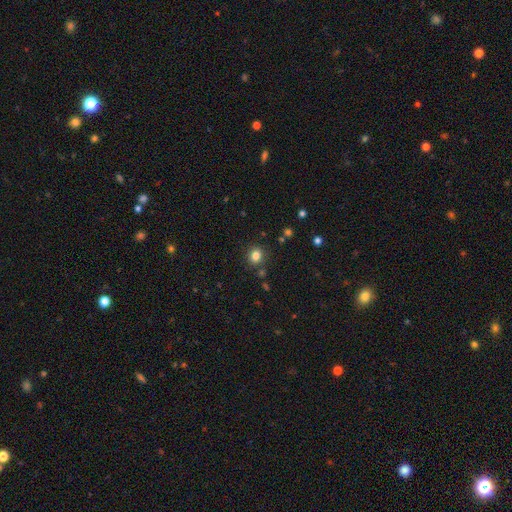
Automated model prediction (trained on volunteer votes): smooth 81%, star or artifact 13%, featured or disk 6%. Down the decision tree: how rounded — round (72%); merging — none (85%).